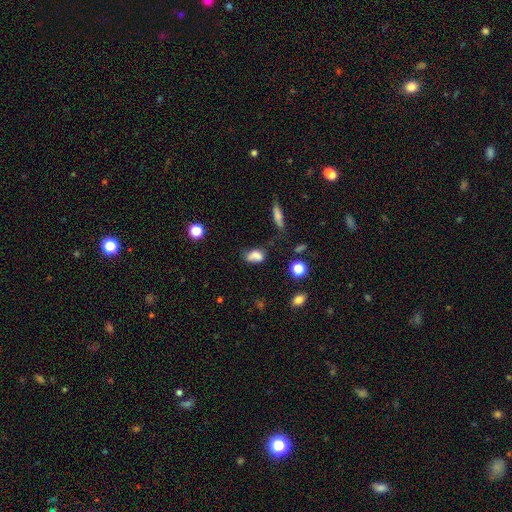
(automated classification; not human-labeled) This appears to be a smooth galaxy with no disk features (74%) that is in between round and cigar-shaped (81%). Merging: none (40%).